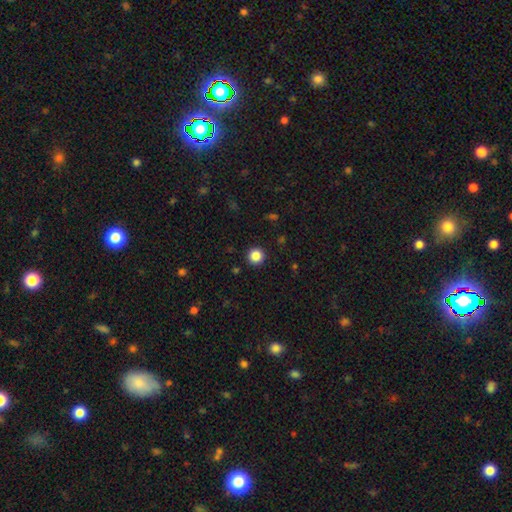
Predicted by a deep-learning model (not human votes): The model was most divided on "smooth or featured": smooth: 86%, star or artifact: 11%, featured or disk: 3%. More confident: how rounded — round (96%); merging — none (93%).